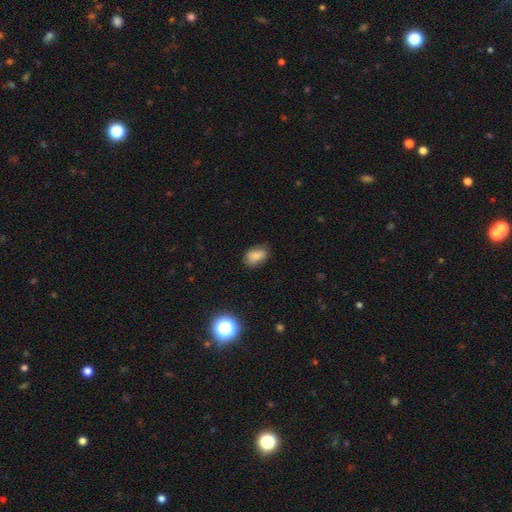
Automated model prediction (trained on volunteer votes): A smooth galaxy with no disk features (82%) that is in between round and cigar-shaped (84%). Merging: none (74%).